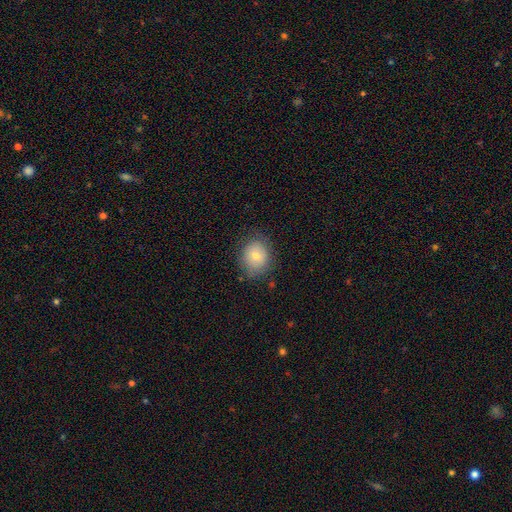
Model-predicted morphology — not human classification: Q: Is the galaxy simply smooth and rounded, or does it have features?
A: smooth — 74%.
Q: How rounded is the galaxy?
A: round — 64%.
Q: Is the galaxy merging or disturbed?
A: none — 78%.